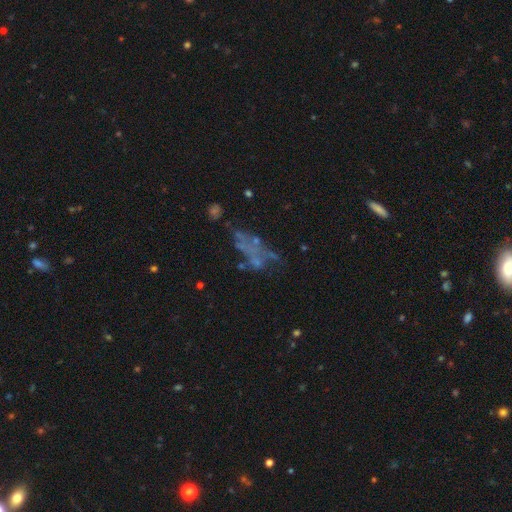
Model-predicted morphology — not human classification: Smooth or featured?
  - featured or disk: 52% *
  - smooth: 24%
  - star or artifact: 24%
Edge-on disk?
  - no: 92% *
  - yes: 8%
Merging?
  - none: 40% *
  - major disturbance: 29%
  - minor disturbance: 16%
  - merger: 16%